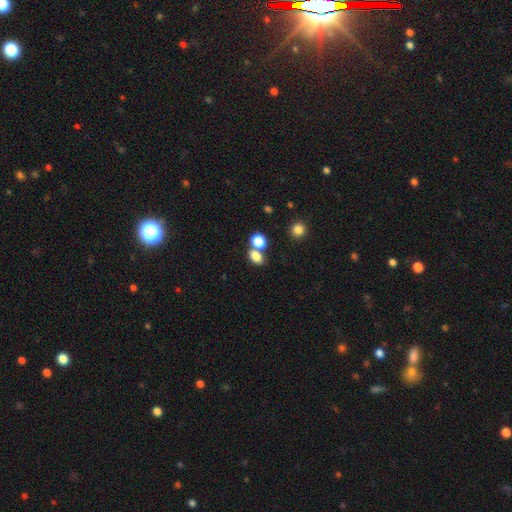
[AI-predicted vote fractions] This appears to be a smooth galaxy with no disk features (81%) that is in between round and cigar-shaped (66%). Merging: none (46%).